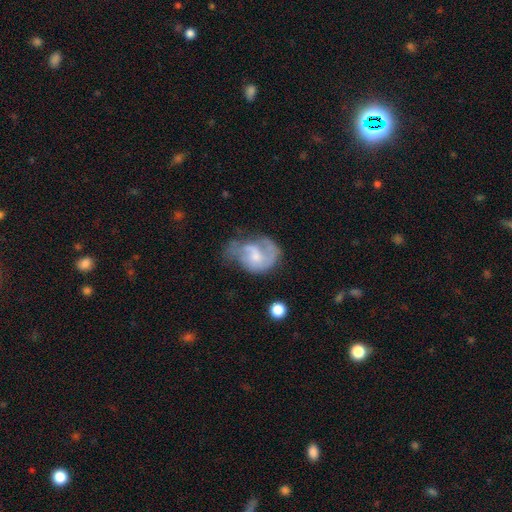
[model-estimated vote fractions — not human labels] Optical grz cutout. It shows a featured or disk galaxy (65%) with no bar (57%), spiral arms (76%) and a small central bulge (46%). Merging: major disturbance (36%).